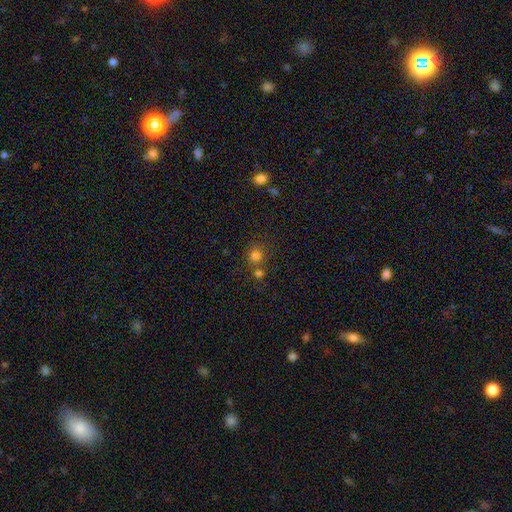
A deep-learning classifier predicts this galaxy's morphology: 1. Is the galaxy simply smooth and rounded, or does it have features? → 76% smooth, 18% star or artifact, 7% featured or disk.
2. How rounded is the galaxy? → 89% round, 10% in between, 1% cigar-shaped.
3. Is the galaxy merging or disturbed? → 61% none, 28% merger, 8% minor disturbance, 3% major disturbance.